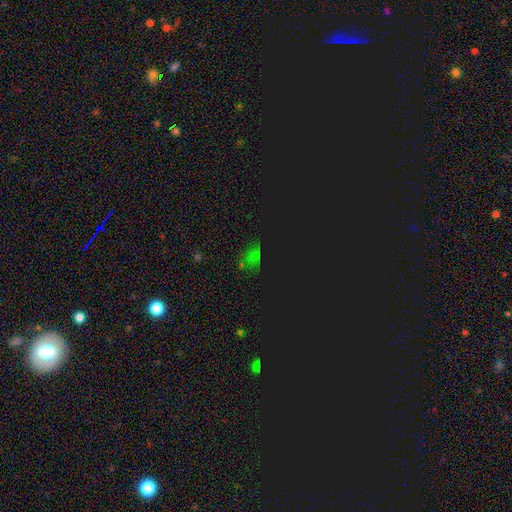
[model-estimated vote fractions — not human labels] This is likely a star or artifact rather than a galaxy (68%).